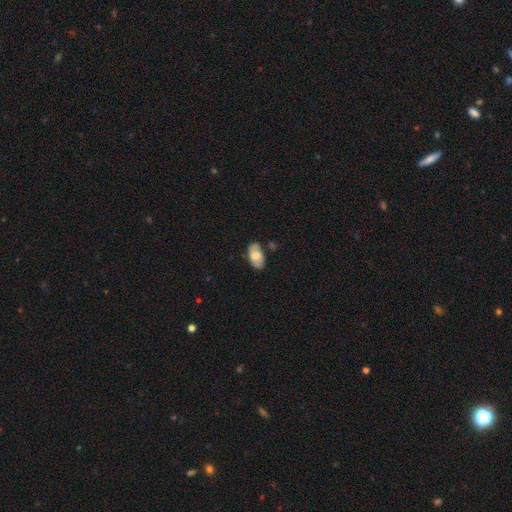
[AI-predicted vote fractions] Smooth or featured? smooth (68%)
How rounded? in between (94%)
Merging? none (69%)